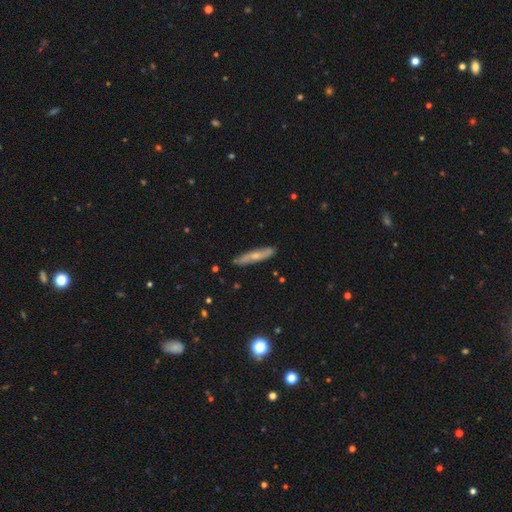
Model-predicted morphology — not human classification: Overall: featured or disk (50%; smooth 44%). Merging: none (87%).